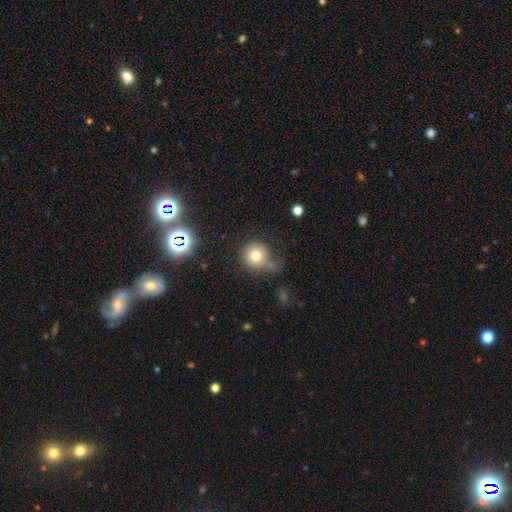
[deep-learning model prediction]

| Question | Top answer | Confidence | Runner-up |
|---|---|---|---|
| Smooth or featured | smooth | 76% | star or artifact (13%) |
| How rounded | round | 90% | in between (10%) |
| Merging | none | 51% | minor disturbance (23%) |